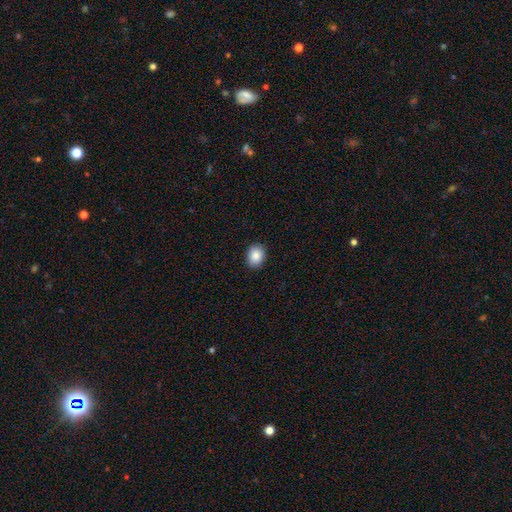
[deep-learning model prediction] smooth-or-featured: smooth: 87% | star or artifact: 8% | featured or disk: 4%
  how-rounded: in between: 55% | round: 44% | cigar-shaped: 1%
  merging: none: 89% | minor disturbance: 8% | major disturbance: 2% | merger: 1%